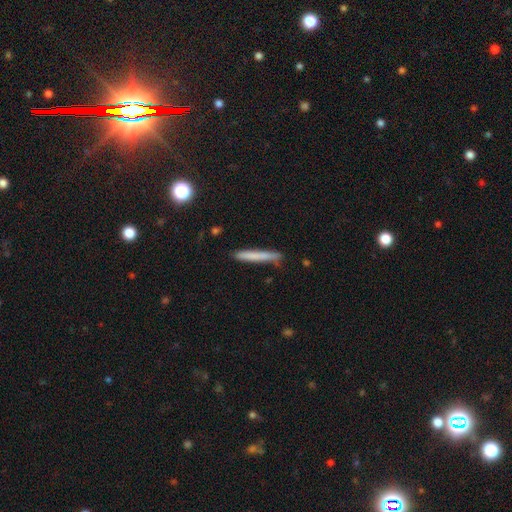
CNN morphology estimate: Smooth or featured? Predicted: smooth (p=0.73). How rounded? Predicted: cigar-shaped (p=0.96). Merging? Predicted: none (p=0.84).